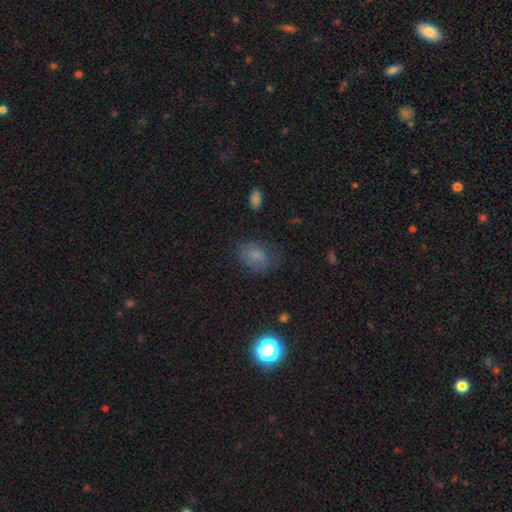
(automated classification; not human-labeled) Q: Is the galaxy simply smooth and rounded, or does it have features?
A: smooth — 70%.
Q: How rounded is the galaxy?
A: in between — 66%.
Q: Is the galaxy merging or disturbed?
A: none — 66%.